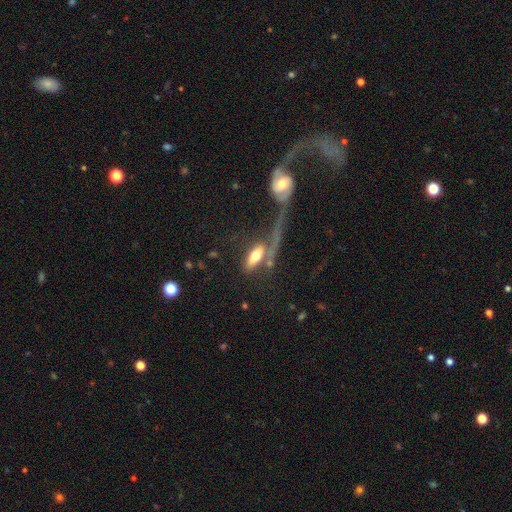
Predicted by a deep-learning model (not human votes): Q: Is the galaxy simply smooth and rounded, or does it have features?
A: smooth — 62%.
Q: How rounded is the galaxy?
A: in between — 75%.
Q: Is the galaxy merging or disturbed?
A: none — 33%.